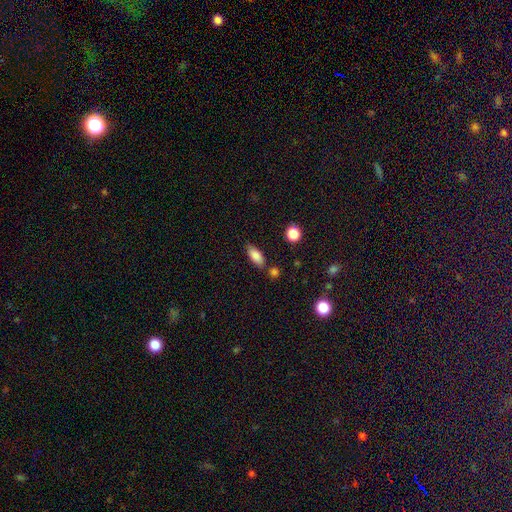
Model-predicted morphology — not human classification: This is clearly a smooth galaxy (84%). How rounded: clearly in between (82%). Merging: likely none (74%).